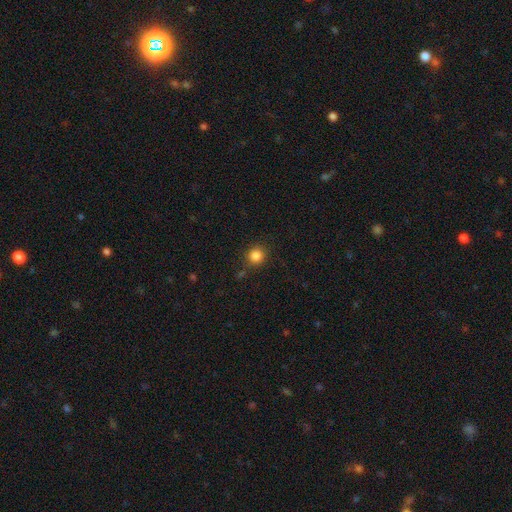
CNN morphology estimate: Smooth or featured?
  - smooth: 84% *
  - star or artifact: 11%
  - featured or disk: 4%
How rounded?
  - round: 90% *
  - in between: 9%
  - cigar-shaped: 1%
Merging?
  - none: 84% *
  - minor disturbance: 10%
  - major disturbance: 3%
  - merger: 3%